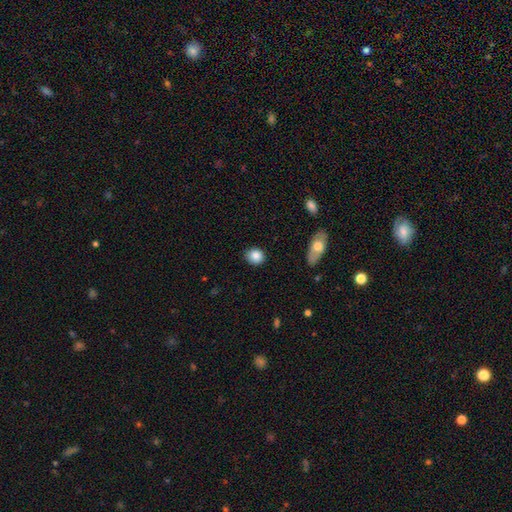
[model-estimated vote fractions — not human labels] The model was most divided on "how rounded": round: 76%, in between: 23%, cigar-shaped: 1%. More confident: smooth or featured — smooth (86%); merging — none (85%).